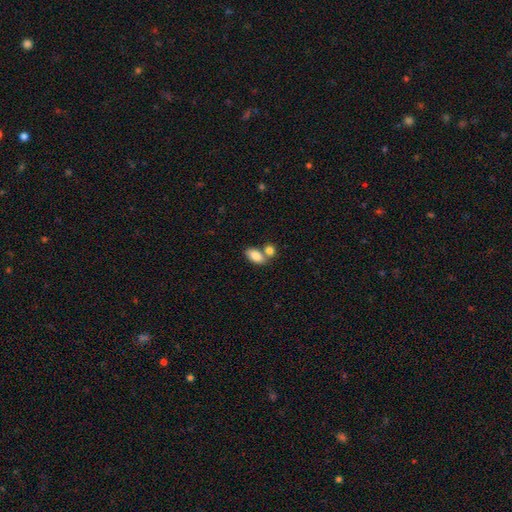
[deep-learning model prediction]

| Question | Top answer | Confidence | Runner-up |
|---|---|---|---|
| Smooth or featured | smooth | 84% | featured or disk (9%) |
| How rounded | in between | 90% | round (7%) |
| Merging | none | 45% | merger (42%) |